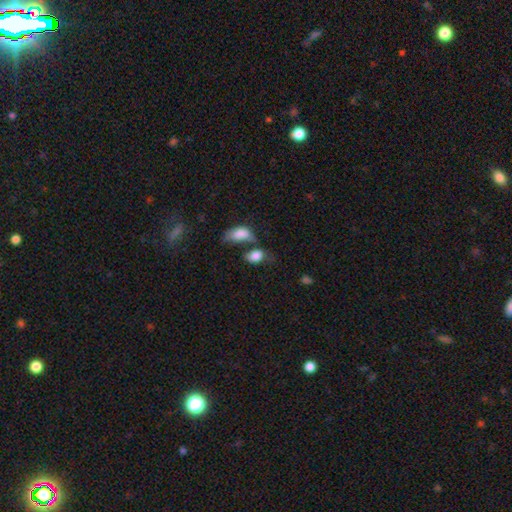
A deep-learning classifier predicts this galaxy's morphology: Smooth or featured? smooth (80%)
How rounded? in between (82%)
Merging? merger (34%, tied with none)